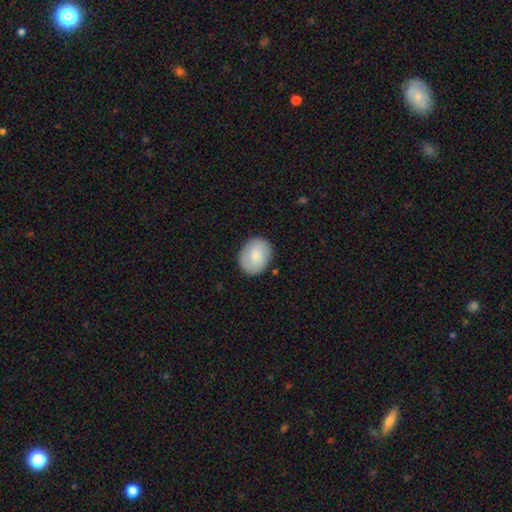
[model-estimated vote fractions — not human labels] Smooth or featured? Predicted: smooth (p=0.82). How rounded? Predicted: in between (p=0.54). Merging? Predicted: none (p=0.84).